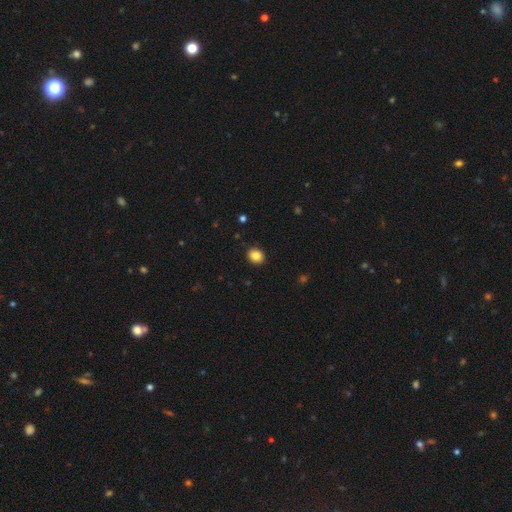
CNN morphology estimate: This appears to be a smooth galaxy with no disk features (85%) that is round (71%). Merging: none (91%).